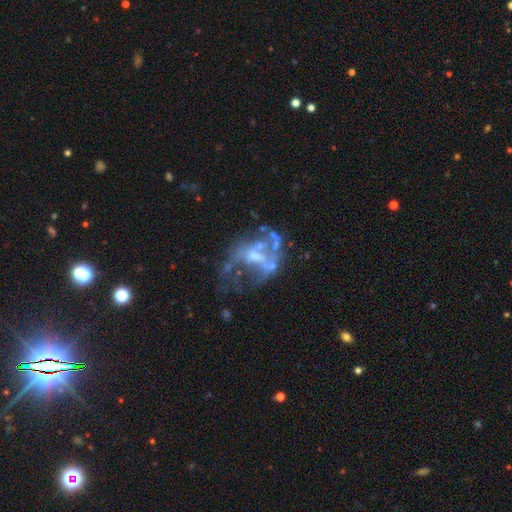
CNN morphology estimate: Q: Smooth or featured?
A: featured or disk (74%); runner-up: star or artifact (15%)
Q: Edge-on disk?
A: no (97%); runner-up: yes (3%)
Q: Bar?
A: no (58%); runner-up: weak (30%)
Q: Spiral arms?
A: no (58%); runner-up: yes (42%)
Q: Bulge size?
A: moderate (34%); runner-up: small (32%)
Q: Merging?
A: major disturbance (39%); runner-up: none (31%)